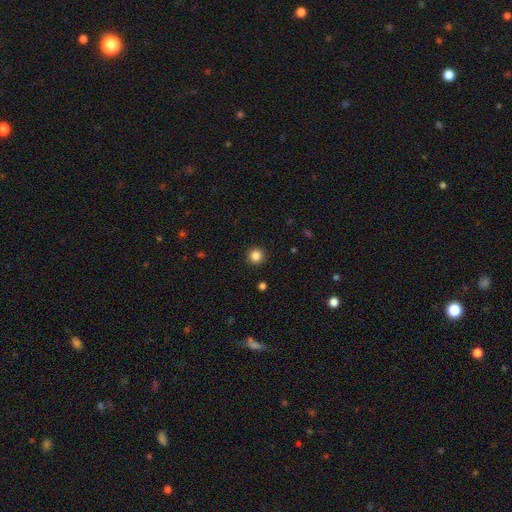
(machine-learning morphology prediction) smooth-or-featured: smooth: 85% | star or artifact: 11% | featured or disk: 4%
  how-rounded: round: 95% | in between: 4% | cigar-shaped: 1%
  merging: none: 93% | minor disturbance: 5% | major disturbance: 2% | merger: 1%